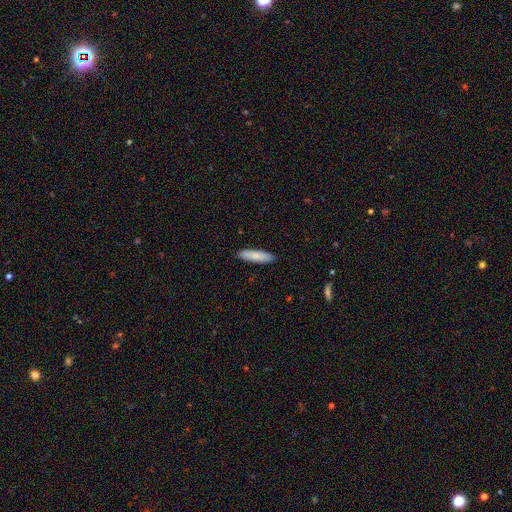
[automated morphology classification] Smooth or featured? smooth (83%)
How rounded? cigar-shaped (68%)
Merging? none (90%)